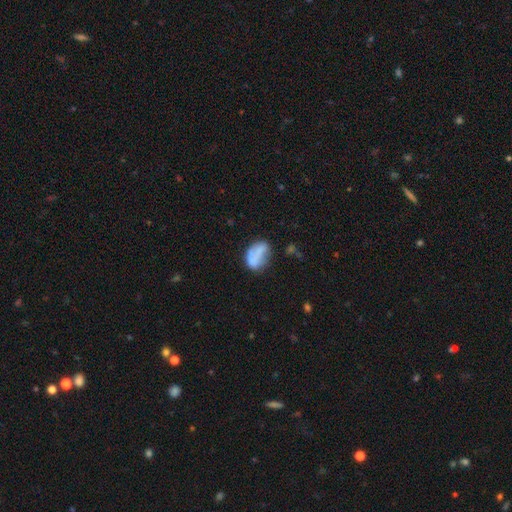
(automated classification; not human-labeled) smooth_or_featured: smooth (p=0.67) [alt: featured or disk p=0.25]
how_rounded: in between (p=0.84) [alt: round p=0.14]
merging: none (p=0.49) [alt: minor disturbance p=0.28]